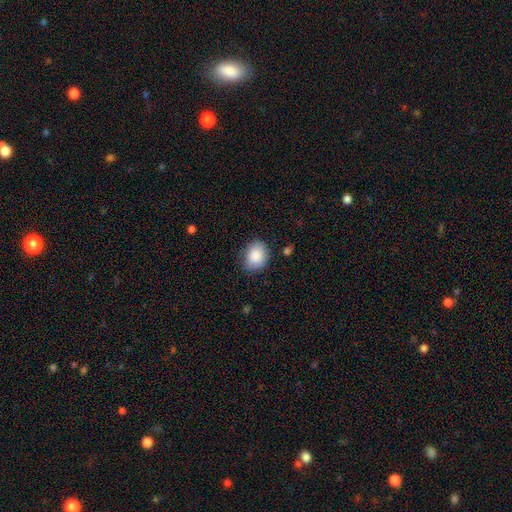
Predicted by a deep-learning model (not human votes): Smooth or featured: smooth — 87% (star or artifact — 7%)
How rounded: in between — 57% (round — 43%)
Merging: none — 78% (minor disturbance — 17%)